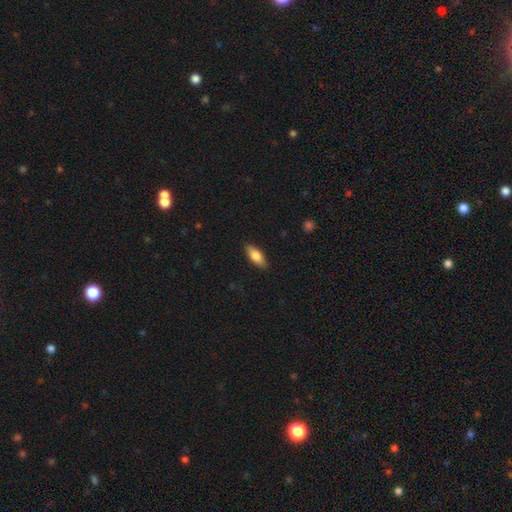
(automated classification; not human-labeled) Smooth or featured? smooth (78%)
How rounded? in between (78%)
Merging? none (88%)